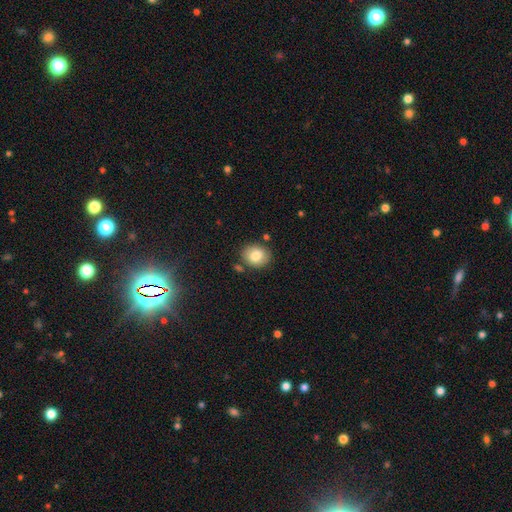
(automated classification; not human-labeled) Q: Smooth or featured?
A: smooth (81%); runner-up: featured or disk (10%)
Q: How rounded?
A: round (59%); runner-up: in between (40%)
Q: Merging?
A: none (80%); runner-up: minor disturbance (11%)